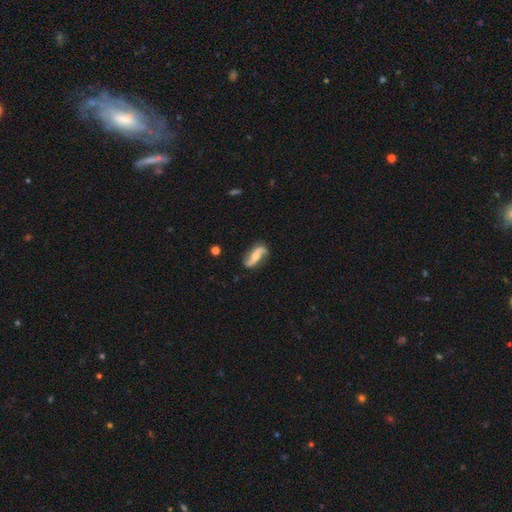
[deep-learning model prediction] A featured or disk galaxy (81%) with no bar (43%), 2 (93%) loose (78%) spiral arms (95%) and a moderate central bulge (46%).

Vote fractions:
- Smooth or featured? featured or disk: 81% / smooth: 14% / star or artifact: 6%
- Edge-on disk? no: 93% / yes: 7%
- Bar? no: 43% / strong: 28% / weak: 28%
- Spiral arms? yes: 95% / no: 5%
- Spiral winding? loose: 78% / medium: 16% / tight: 7%
- Spiral arm count? 2: 93% / can't tell: 2% / 1: 2% / 3: 1% / 4: 1% / more than 4: 1%
- Bulge size? moderate: 46% / small: 45% / none: 5% / large: 4% / dominant: 1%
- Merging? none: 77% / minor disturbance: 16% / major disturbance: 5% / merger: 2%